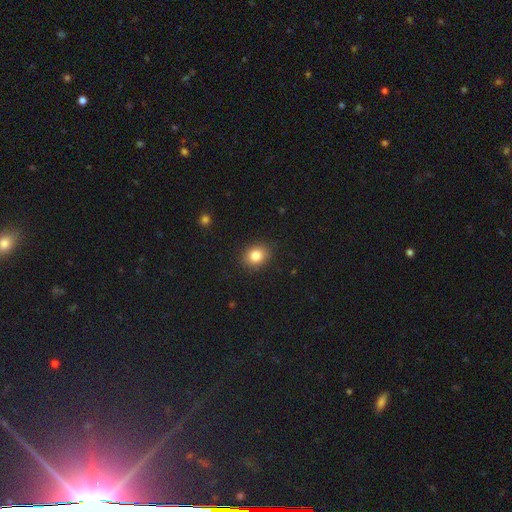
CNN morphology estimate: type=smooth (83%); roundness=round (52%); merging=none (88%).